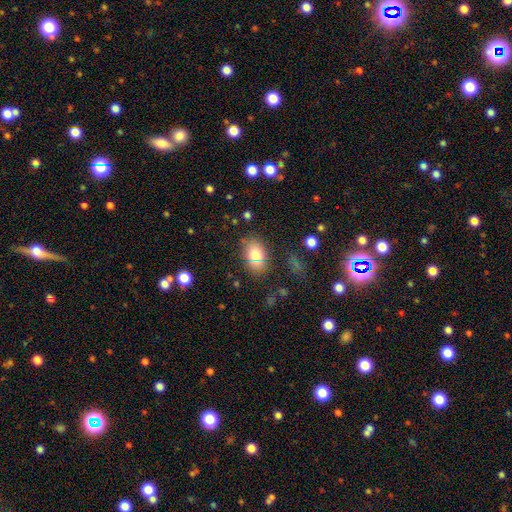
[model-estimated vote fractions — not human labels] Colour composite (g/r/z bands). It shows a smooth galaxy with no disk features (77%) that is in between round and cigar-shaped (75%). Merging: none (77%).